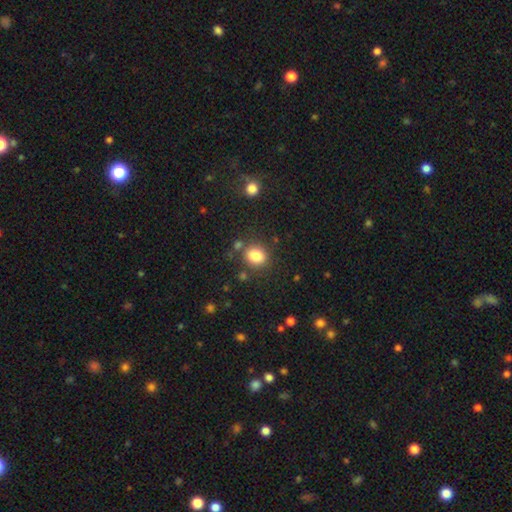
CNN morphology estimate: Smooth or featured? smooth (83%)
How rounded? round (64%)
Merging? none (80%)